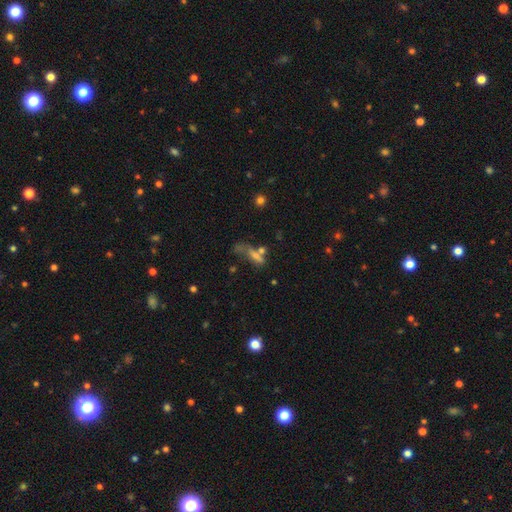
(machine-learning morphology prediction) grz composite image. It shows a smooth galaxy with no disk features (49%). Merging: none (31%).